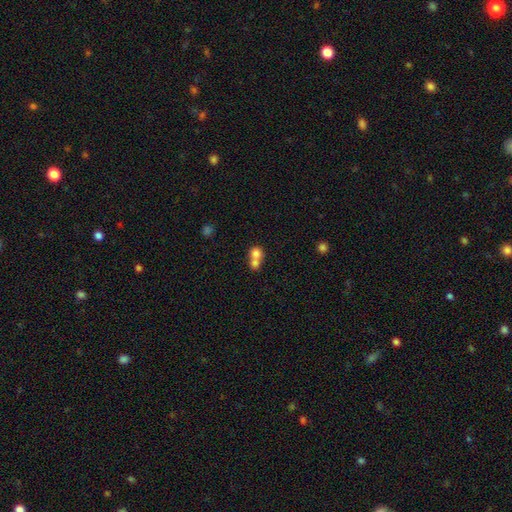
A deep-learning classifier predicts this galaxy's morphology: smooth 74%, featured or disk 15%, star or artifact 10%. Down the decision tree: how rounded — round (77%); merging — merger (68%).